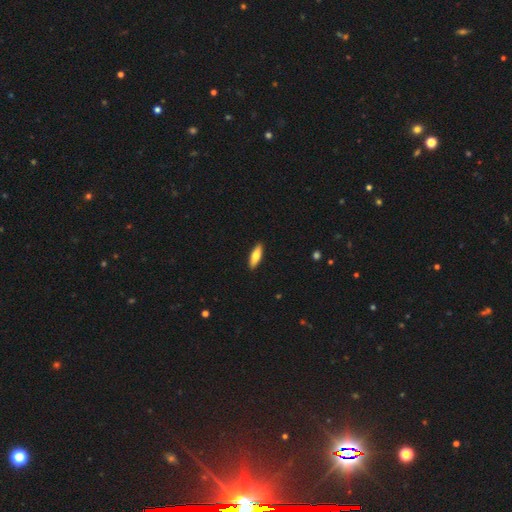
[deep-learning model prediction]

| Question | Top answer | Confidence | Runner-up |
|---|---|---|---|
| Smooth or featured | smooth | 73% | featured or disk (21%) |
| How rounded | in between | 51% | cigar-shaped (47%) |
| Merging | none | 91% | minor disturbance (7%) |